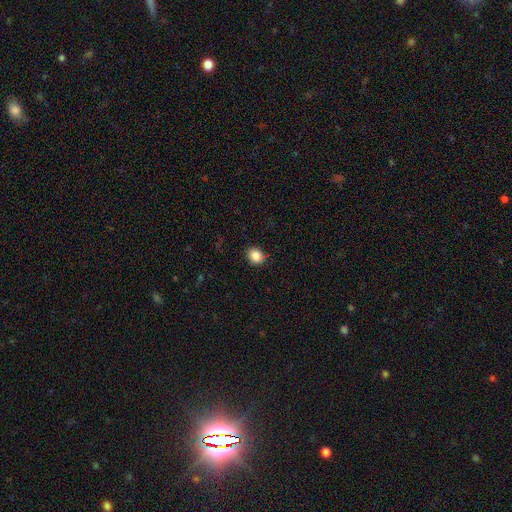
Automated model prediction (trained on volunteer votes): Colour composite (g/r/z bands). It shows a smooth galaxy with no disk features (86%) that is round (74%). Merging: none (87%).